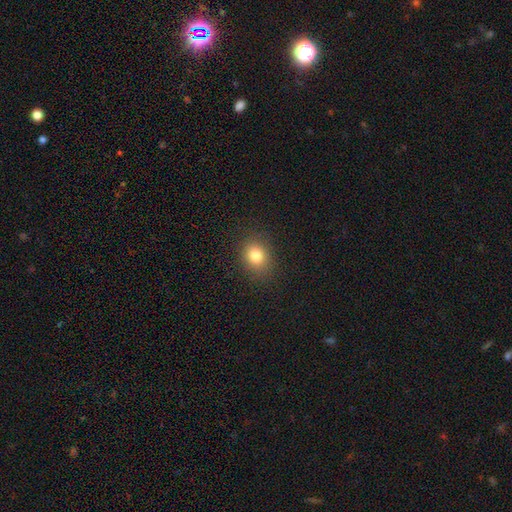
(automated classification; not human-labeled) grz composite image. It shows a smooth galaxy with no disk features (81%) that is round (53%). Merging: none (87%).